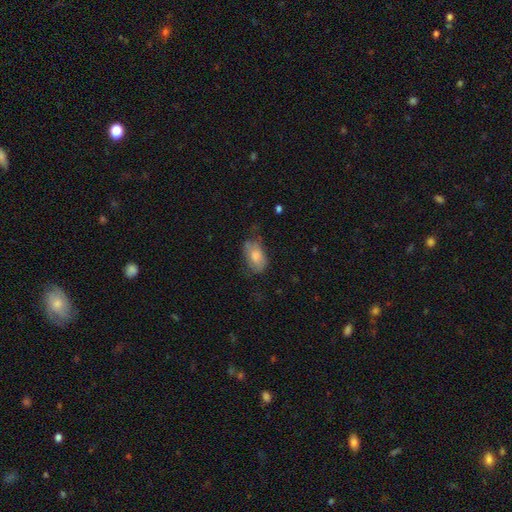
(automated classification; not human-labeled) Overall: smooth (74%). How rounded: in between (91%). Merging: none (50%; minor disturbance 32%).